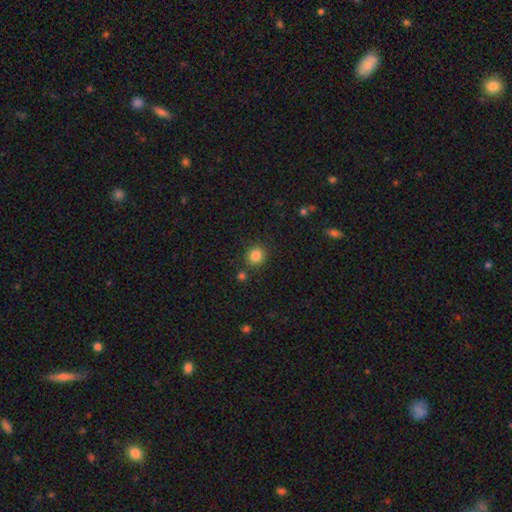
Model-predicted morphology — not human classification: type=smooth (84%); roundness=round (85%); merging=none (83%).